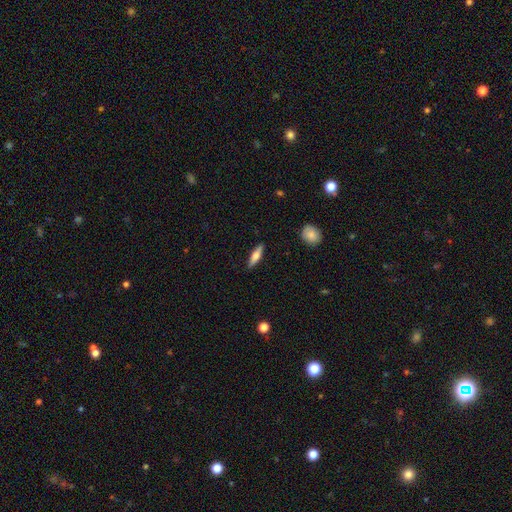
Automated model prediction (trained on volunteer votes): smooth-or-featured: smooth: 61% | featured or disk: 33% | star or artifact: 6%
  how-rounded: cigar-shaped: 60% | in between: 38% | round: 2%
  merging: none: 88% | minor disturbance: 9% | major disturbance: 2% | merger: 1%